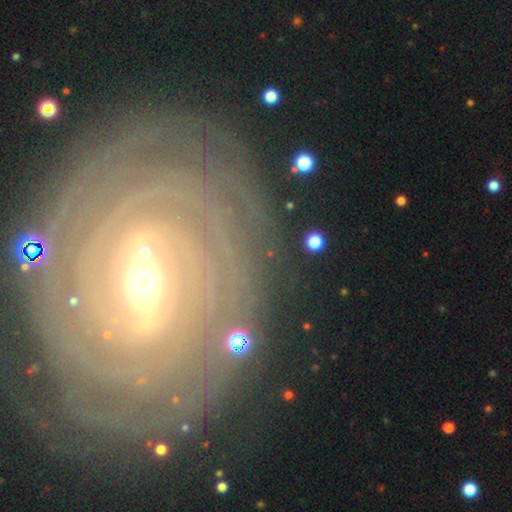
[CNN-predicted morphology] featured or disk 87%, smooth 7%, star or artifact 6%. Down the decision tree: edge-on disk — no (96%); bar — weak (40%); spiral arms — yes (94%); spiral arm count — can't tell (31%); spiral winding — tight (85%); bulge size — moderate (63%); merging — none (81%).